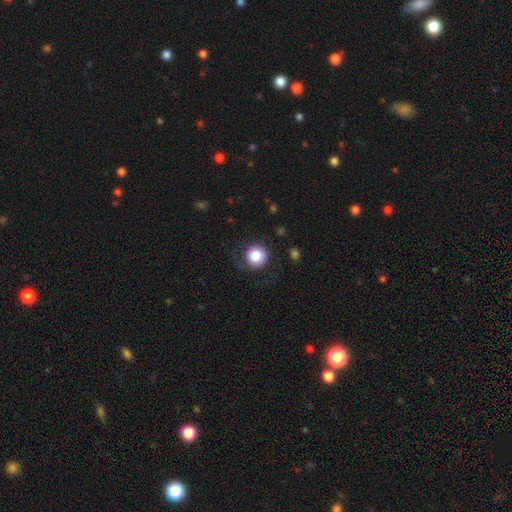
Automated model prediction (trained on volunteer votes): Q: Smooth or featured?
A: smooth (84%); runner-up: star or artifact (9%)
Q: How rounded?
A: round (95%); runner-up: in between (5%)
Q: Merging?
A: none (80%); runner-up: minor disturbance (12%)